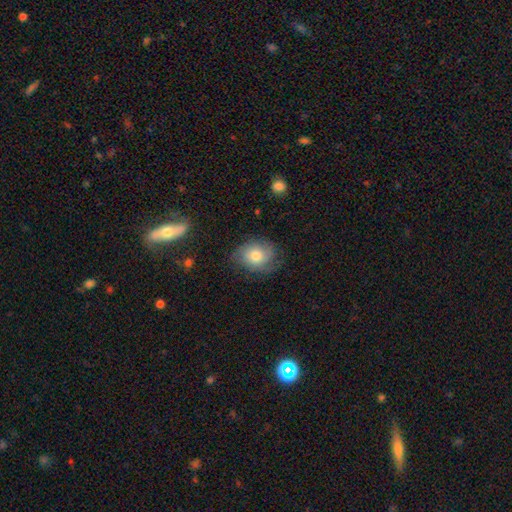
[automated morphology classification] Smooth or featured: smooth — 57% (featured or disk — 35%)
How rounded: round — 54% (in between — 45%)
Merging: none — 65% (minor disturbance — 24%)